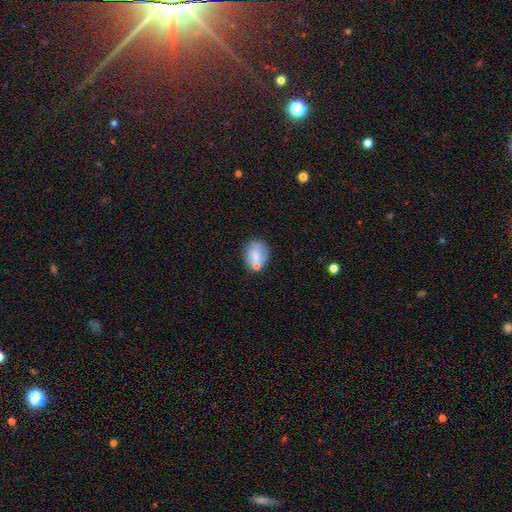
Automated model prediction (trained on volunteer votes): Q: Smooth or featured?
A: smooth (69%); runner-up: featured or disk (23%)
Q: How rounded?
A: round (52%); runner-up: in between (47%)
Q: Merging?
A: none (55%); runner-up: minor disturbance (20%)